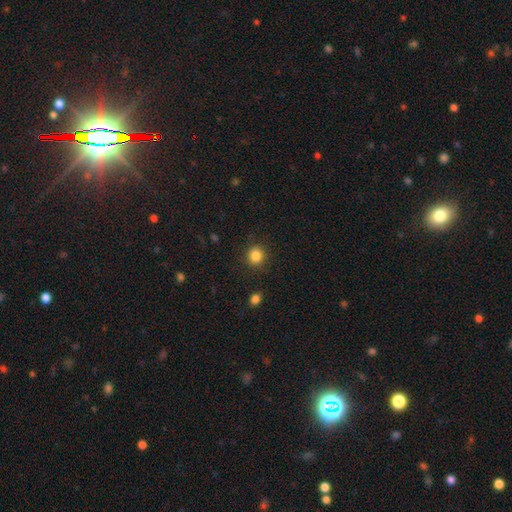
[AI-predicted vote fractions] Smooth or featured? smooth (85%)
How rounded? round (86%)
Merging? none (88%)